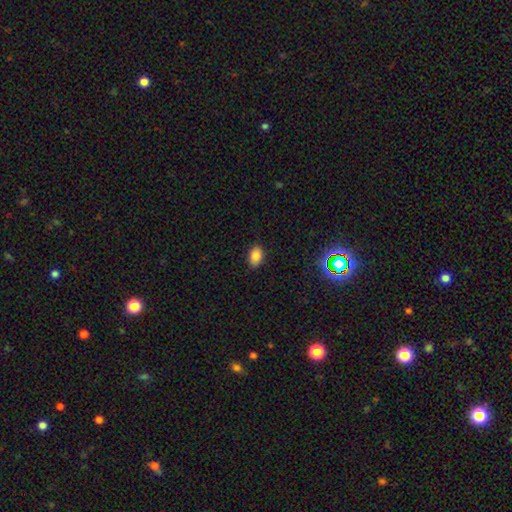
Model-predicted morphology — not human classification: smooth_or_featured: smooth (p=0.85) [alt: star or artifact p=0.11]
how_rounded: in between (p=0.85) [alt: round p=0.14]
merging: none (p=0.87) [alt: minor disturbance p=0.10]